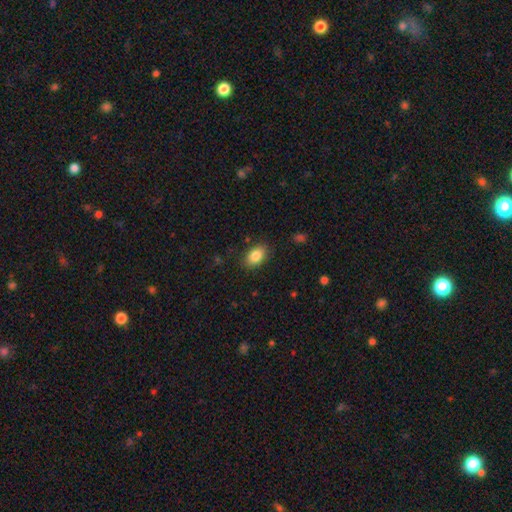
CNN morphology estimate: type=smooth (86%); roundness=in between (87%); merging=none (86%).